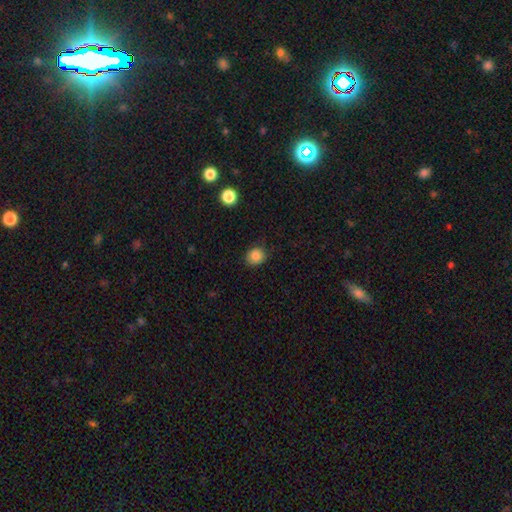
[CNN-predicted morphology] Smooth or featured? smooth (85%)
How rounded? round (76%)
Merging? none (83%)